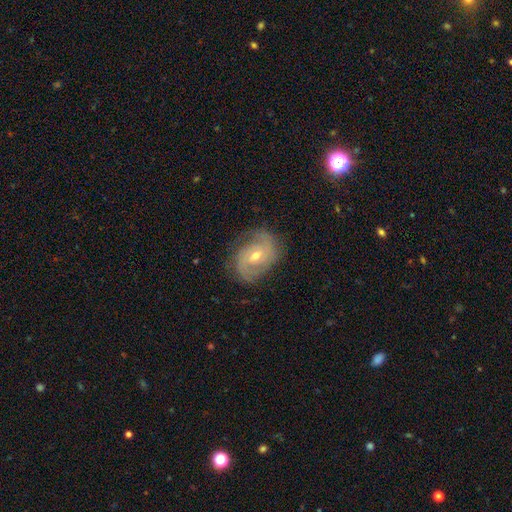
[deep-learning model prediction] A featured or disk galaxy (79%) with no bar (49%), 2 (70%) medium (43%) spiral arms (92%) and a moderate central bulge (49%).

Vote fractions:
- Smooth or featured? featured or disk: 79% / smooth: 14% / star or artifact: 7%
- Edge-on disk? no: 97% / yes: 3%
- Bar? no: 49% / weak: 41% / strong: 10%
- Spiral arms? yes: 92% / no: 8%
- Spiral winding? medium: 43% / tight: 38% / loose: 18%
- Spiral arm count? 2: 70% / can't tell: 15% / 3: 7% / 1: 4% / 4: 2% / more than 4: 2%
- Bulge size? moderate: 49% / small: 48% / large: 1% / none: 1% / dominant: 1%
- Merging? none: 74% / minor disturbance: 18% / major disturbance: 7% / merger: 1%